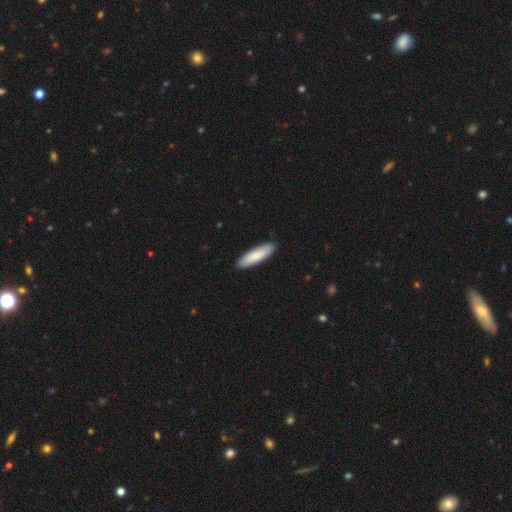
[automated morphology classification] A smooth galaxy with no disk features (82%) that is cigar-shaped (59%).

Vote fractions:
- Smooth or featured? smooth: 82% / featured or disk: 13% / star or artifact: 5%
- How rounded? cigar-shaped: 59% / in between: 39% / round: 1%
- Merging? none: 90% / minor disturbance: 8% / major disturbance: 1% / merger: 1%